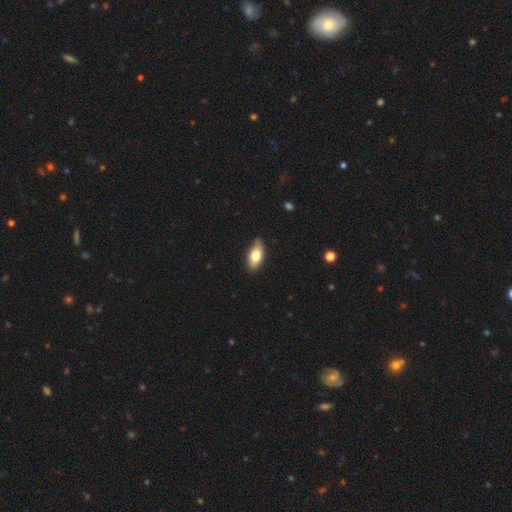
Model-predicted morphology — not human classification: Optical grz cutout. It shows a smooth galaxy with no disk features (72%) that is in between round and cigar-shaped (85%). Merging: none (84%).